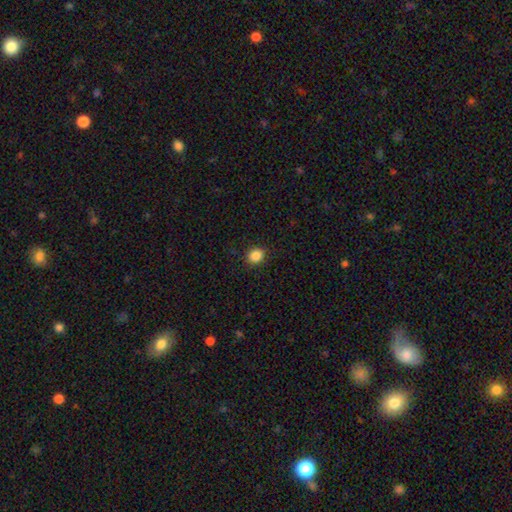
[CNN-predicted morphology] This is clearly a smooth galaxy (86%). How rounded: likely round (73%). Merging: clearly none (89%).